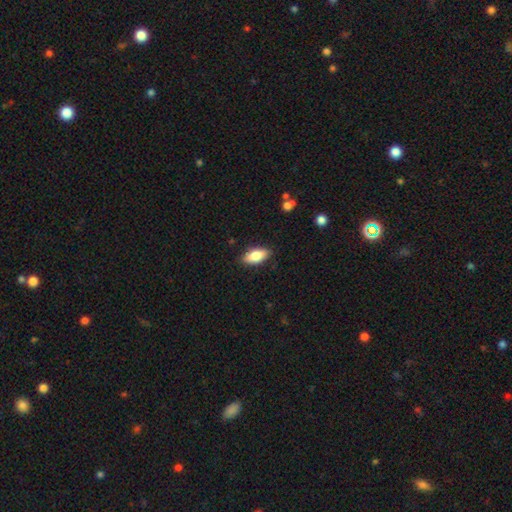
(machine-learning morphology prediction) type=smooth (80%); roundness=in between (87%); merging=none (86%).